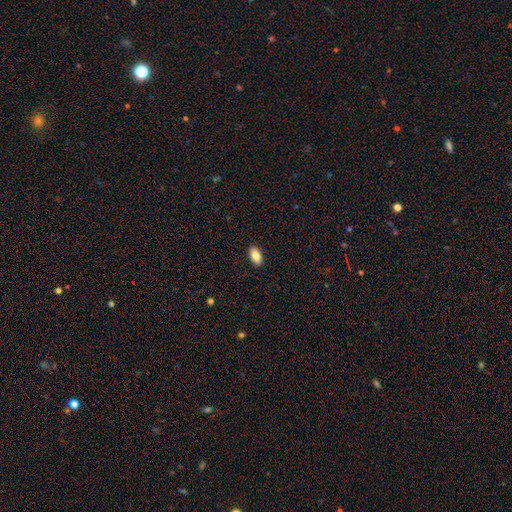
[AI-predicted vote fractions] Q: Smooth or featured?
A: smooth (84%); runner-up: featured or disk (9%)
Q: How rounded?
A: in between (93%); runner-up: round (4%)
Q: Merging?
A: none (90%); runner-up: minor disturbance (7%)